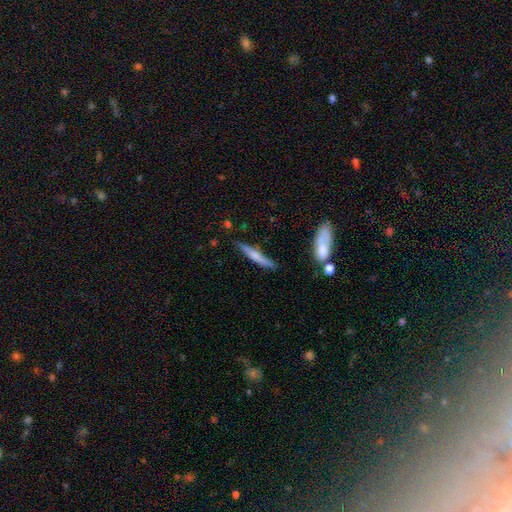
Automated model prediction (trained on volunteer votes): Smooth or featured? Predicted: smooth (p=0.58). How rounded? Predicted: cigar-shaped (p=0.91). Merging? Predicted: none (p=0.78).